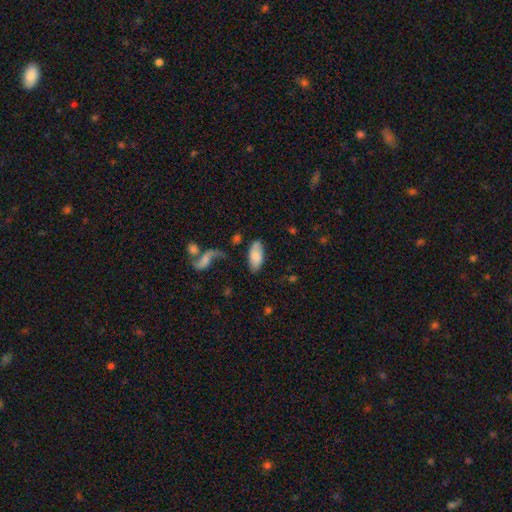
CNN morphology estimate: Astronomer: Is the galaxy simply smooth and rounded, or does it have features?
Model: smooth — 72%.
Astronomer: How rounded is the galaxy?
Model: in between — 93%.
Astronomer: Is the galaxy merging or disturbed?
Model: none — 68%.